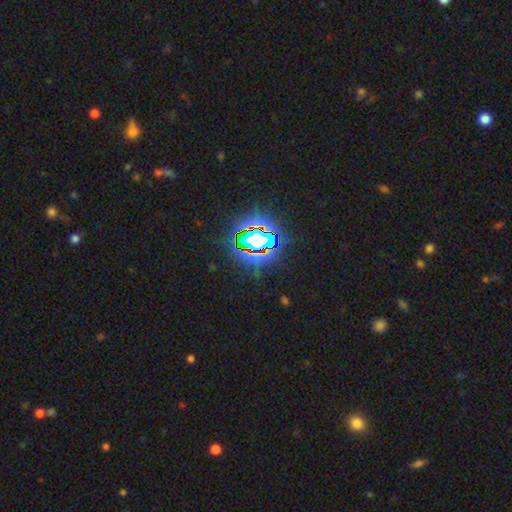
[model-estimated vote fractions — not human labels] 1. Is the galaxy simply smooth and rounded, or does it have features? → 84% star or artifact, 10% smooth, 6% featured or disk.